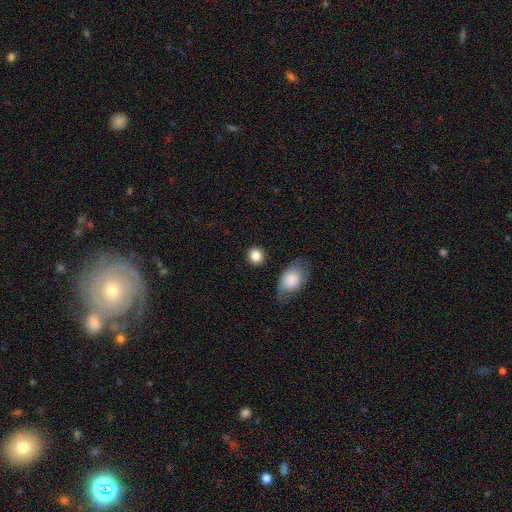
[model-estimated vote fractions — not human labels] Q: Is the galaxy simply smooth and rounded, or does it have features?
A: smooth — 87%.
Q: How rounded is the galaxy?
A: round — 83%.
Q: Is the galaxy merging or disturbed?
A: none — 84%.